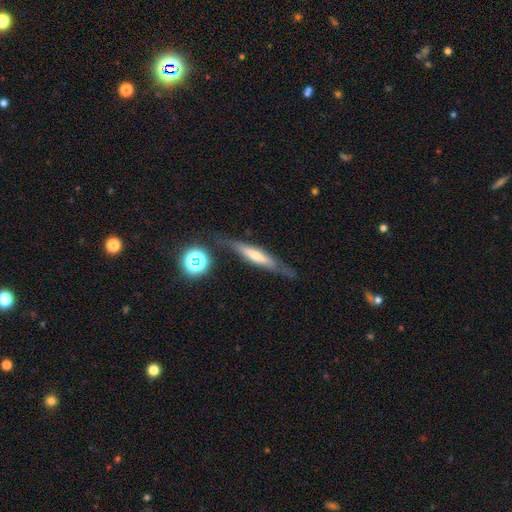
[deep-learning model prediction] A featured or disk galaxy (50%) viewed edge-on (85%). Merging: none (72%).